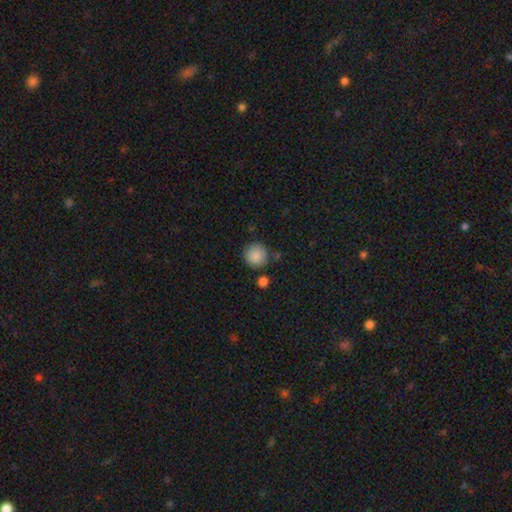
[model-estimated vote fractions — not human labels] A smooth galaxy with no disk features (88%) that is round (94%).

Vote fractions:
- Smooth or featured? smooth: 88% / star or artifact: 8% / featured or disk: 4%
- How rounded? round: 94% / in between: 5% / cigar-shaped: 1%
- Merging? none: 80% / minor disturbance: 11% / merger: 5% / major disturbance: 3%